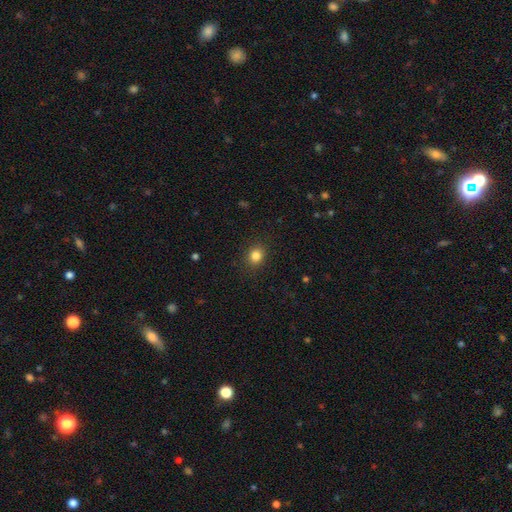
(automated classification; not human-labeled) This is clearly a smooth galaxy (84%). How rounded: likely round (70%). Merging: clearly none (89%).